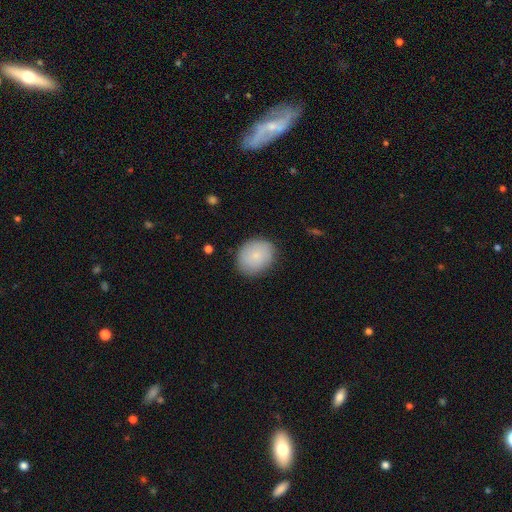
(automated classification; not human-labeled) smooth_or_featured: smooth (p=0.82) [alt: featured or disk p=0.12]
how_rounded: round (p=0.57) [alt: in between p=0.42]
merging: none (p=0.83) [alt: minor disturbance p=0.13]